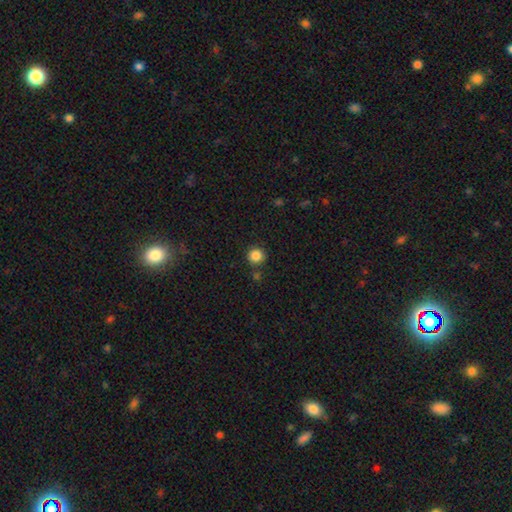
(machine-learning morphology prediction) smooth-or-featured: smooth: 86% | star or artifact: 10% | featured or disk: 4%
  how-rounded: round: 94% | in between: 5% | cigar-shaped: 1%
  merging: none: 84% | minor disturbance: 8% | merger: 6% | major disturbance: 3%